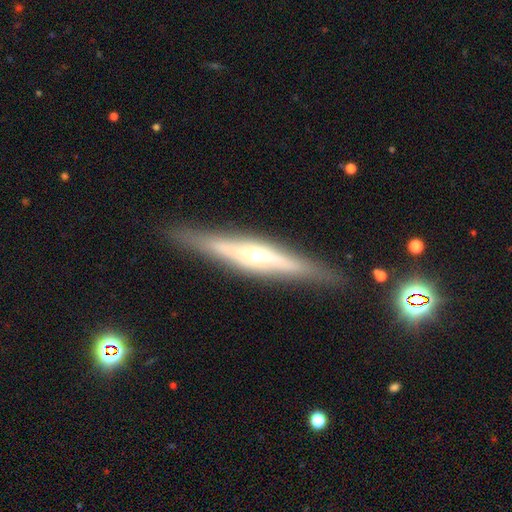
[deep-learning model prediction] A featured or disk galaxy (75%) viewed edge-on (92%) with a rounded central bulge (79%). Merging: none (87%).